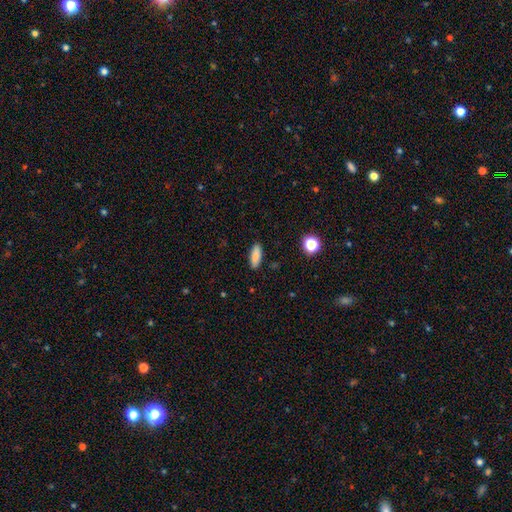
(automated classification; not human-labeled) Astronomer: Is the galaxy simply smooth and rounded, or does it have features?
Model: smooth — 85%.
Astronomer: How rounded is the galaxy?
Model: in between — 67%.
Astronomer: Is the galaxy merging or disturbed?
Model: none — 89%.